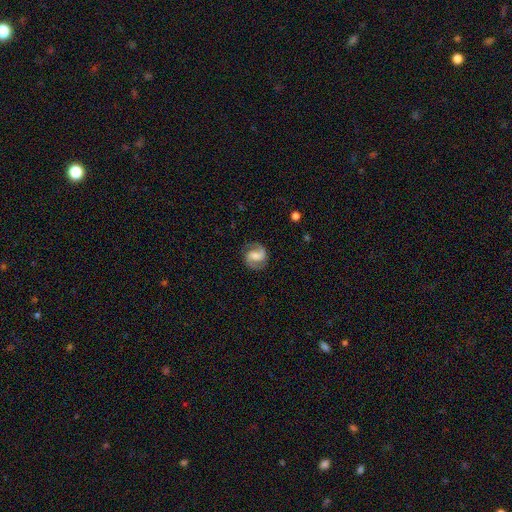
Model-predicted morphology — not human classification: A featured or disk galaxy (83%) with a weak bar (46%), 2 (92%) medium (54%) spiral arms (97%) and a moderate central bulge (40%).

Vote fractions:
- Smooth or featured? featured or disk: 83% / smooth: 11% / star or artifact: 6%
- Edge-on disk? no: 98% / yes: 2%
- Bar? weak: 46% / no: 32% / strong: 21%
- Spiral arms? yes: 97% / no: 3%
- Spiral winding? medium: 54% / loose: 23% / tight: 23%
- Spiral arm count? 2: 92% / can't tell: 2% / 1: 2% / 3: 1% / 4: 1% / more than 4: 1%
- Bulge size? moderate: 40% / small: 30% / none: 17% / large: 11% / dominant: 2%
- Merging? none: 84% / minor disturbance: 11% / major disturbance: 4% / merger: 1%